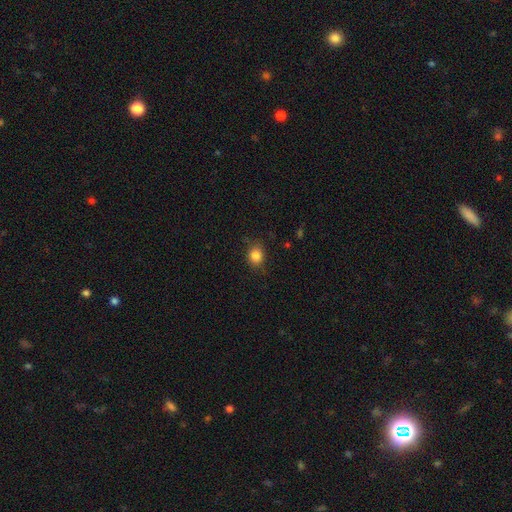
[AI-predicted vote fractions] The model was most divided on "how rounded": round: 73%, in between: 26%, cigar-shaped: 1%. More confident: smooth or featured — smooth (84%); merging — none (82%).